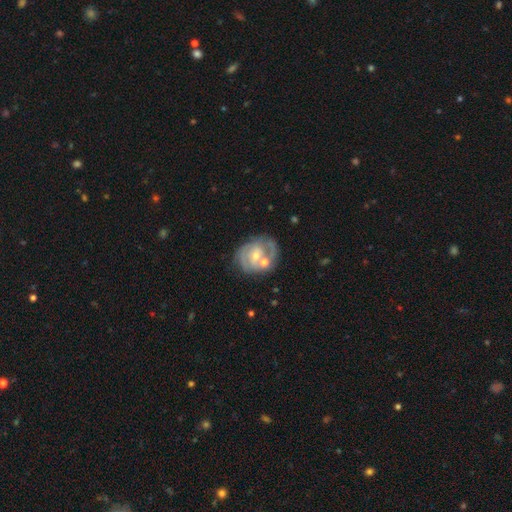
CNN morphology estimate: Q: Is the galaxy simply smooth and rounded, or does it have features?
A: featured or disk — 76%.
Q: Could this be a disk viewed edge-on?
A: no — 97%.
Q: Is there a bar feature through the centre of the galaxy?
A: no — 61%.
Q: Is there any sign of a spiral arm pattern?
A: yes — 82%.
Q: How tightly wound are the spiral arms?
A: tight — 51%.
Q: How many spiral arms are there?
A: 2 — 54%.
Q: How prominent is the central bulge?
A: small — 54%.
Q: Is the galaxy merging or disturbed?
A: none — 49%.